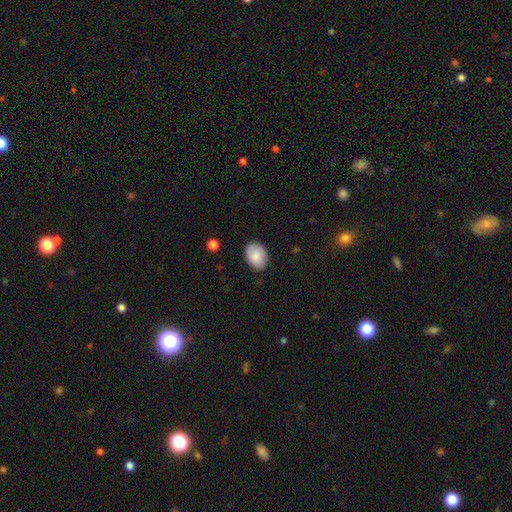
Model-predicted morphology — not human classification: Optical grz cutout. It shows a smooth galaxy with no disk features (86%) that is in between round and cigar-shaped (81%). Merging: none (84%).